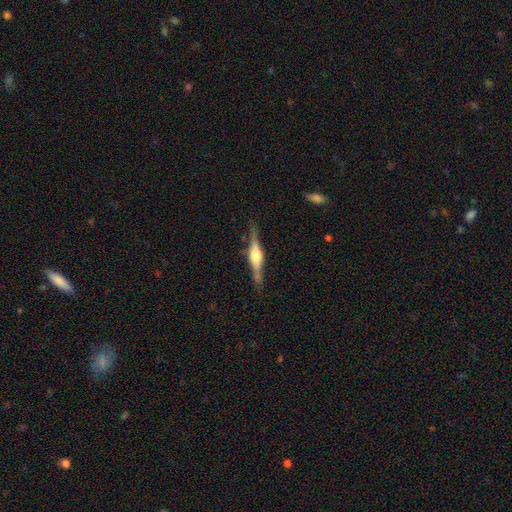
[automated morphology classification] featured or disk 77%, smooth 18%, star or artifact 5%. Down the decision tree: edge-on disk — yes (97%); edge-on bulge — rounded (82%); merging — none (83%).